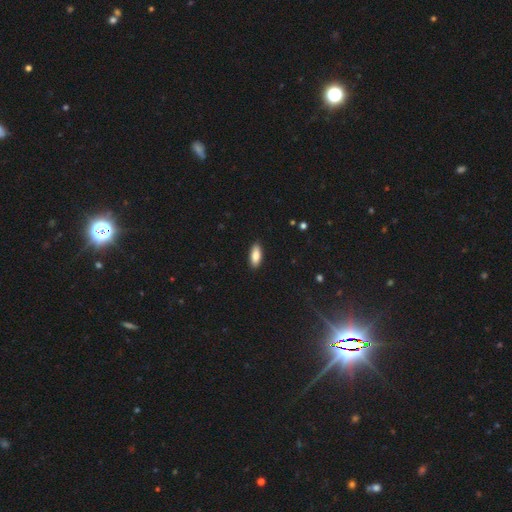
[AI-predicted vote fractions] The model was most divided on "how rounded": in between: 78%, cigar-shaped: 20%, round: 2%. More confident: merging — none (89%); smooth or featured — smooth (85%).